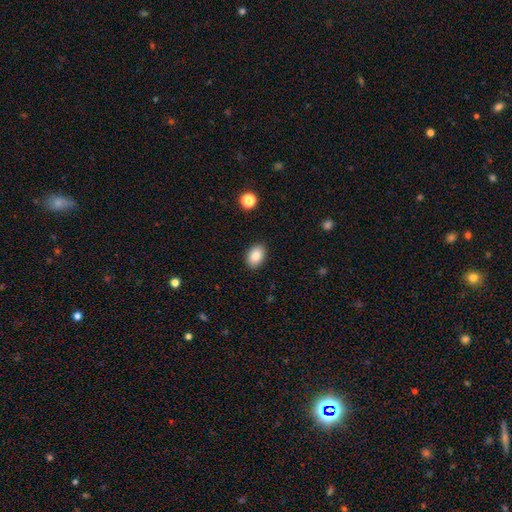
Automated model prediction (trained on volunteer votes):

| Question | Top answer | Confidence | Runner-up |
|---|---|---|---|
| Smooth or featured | smooth | 88% | star or artifact (8%) |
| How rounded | in between | 85% | round (14%) |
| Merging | none | 88% | minor disturbance (8%) |